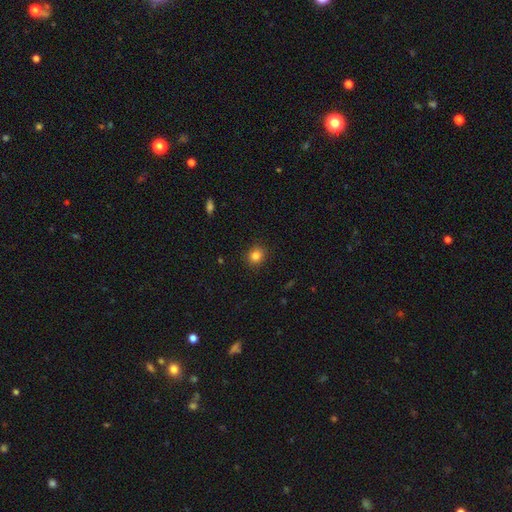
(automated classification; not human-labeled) A smooth galaxy with no disk features (84%) that is round (80%).

Vote fractions:
- Smooth or featured? smooth: 84% / star or artifact: 12% / featured or disk: 5%
- How rounded? round: 80% / in between: 19% / cigar-shaped: 1%
- Merging? none: 89% / minor disturbance: 7% / major disturbance: 2% / merger: 1%